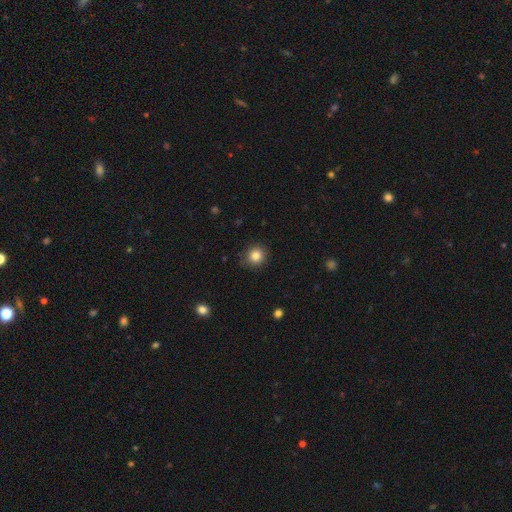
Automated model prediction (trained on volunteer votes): Smooth or featured? smooth (83%)
How rounded? round (90%)
Merging? none (86%)